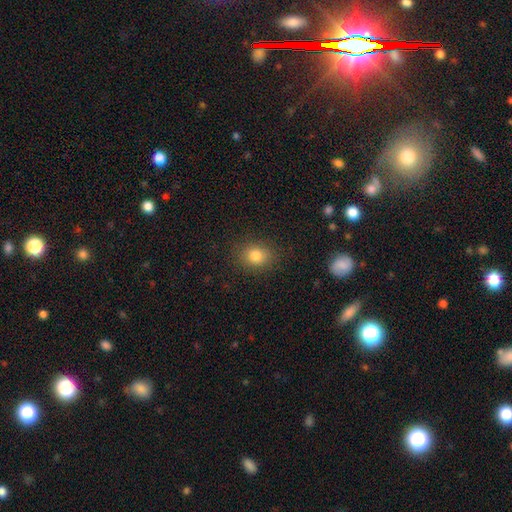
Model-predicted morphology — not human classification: Smooth or featured? Predicted: smooth (p=0.81). How rounded? Predicted: round (p=0.65). Merging? Predicted: none (p=0.86).